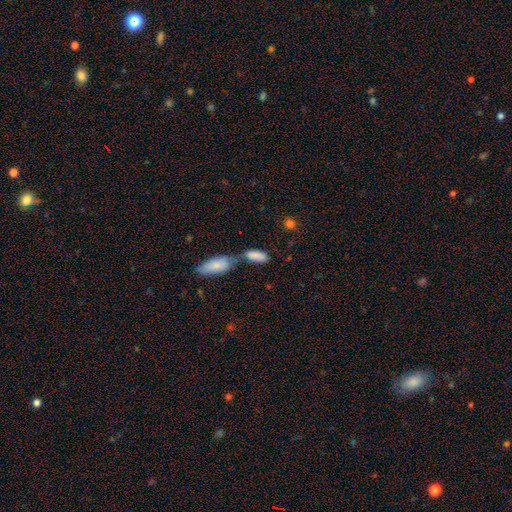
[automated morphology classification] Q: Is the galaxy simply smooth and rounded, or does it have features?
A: smooth — 85%.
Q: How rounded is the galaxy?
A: in between — 77%.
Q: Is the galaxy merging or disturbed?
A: merger — 46%.